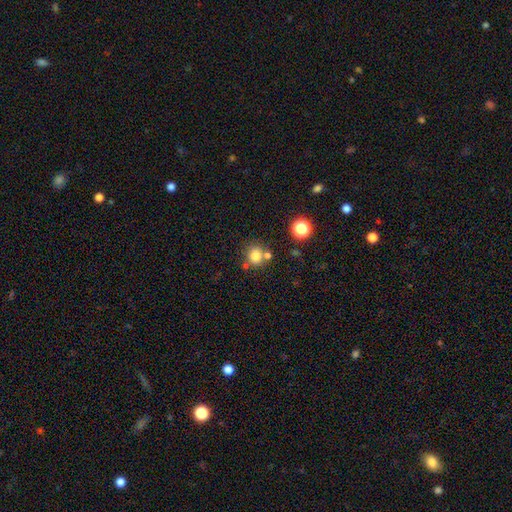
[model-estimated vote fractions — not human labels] This appears to be a smooth galaxy with no disk features (78%) that is round (85%). Merging: none (66%).